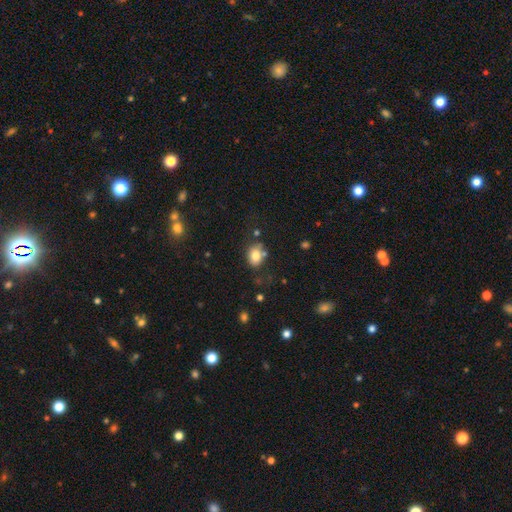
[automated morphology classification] Smooth or featured: smooth — 79% (featured or disk — 11%)
How rounded: in between — 66% (round — 33%)
Merging: none — 65% (minor disturbance — 19%)